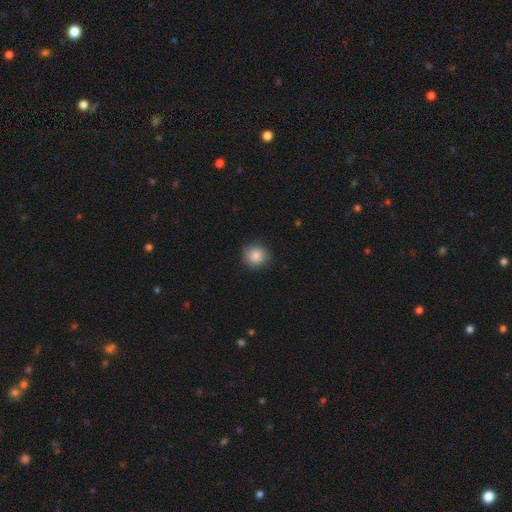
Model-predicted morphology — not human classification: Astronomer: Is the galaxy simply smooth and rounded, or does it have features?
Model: smooth — 87%.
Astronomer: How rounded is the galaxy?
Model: round — 90%.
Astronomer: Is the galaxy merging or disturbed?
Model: none — 86%.